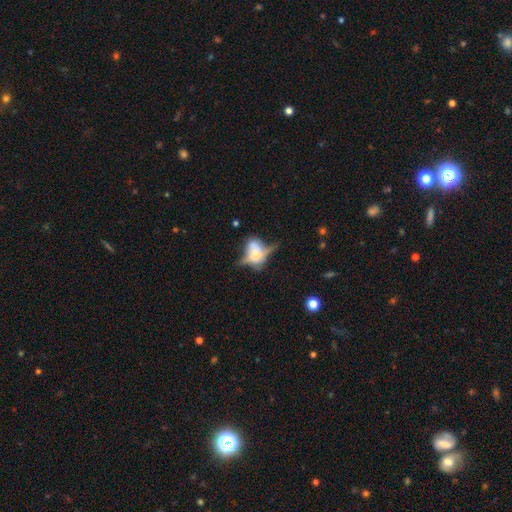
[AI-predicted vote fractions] Q: Smooth or featured?
A: featured or disk (50%); runner-up: smooth (39%)
Q: Merging?
A: none (33%); runner-up: major disturbance (26%)